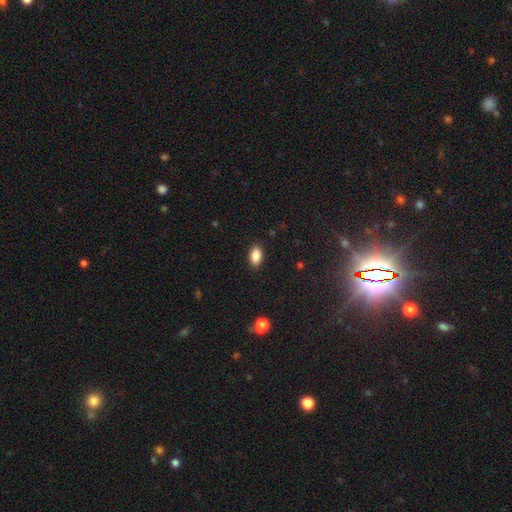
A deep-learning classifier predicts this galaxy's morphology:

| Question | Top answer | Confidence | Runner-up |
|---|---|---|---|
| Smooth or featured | smooth | 87% | star or artifact (8%) |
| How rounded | in between | 92% | round (5%) |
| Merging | none | 88% | minor disturbance (9%) |